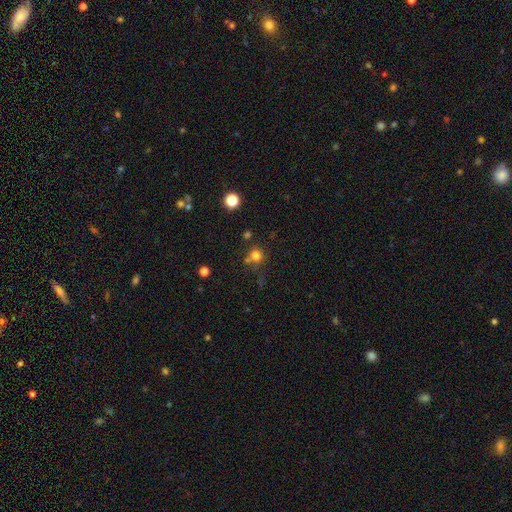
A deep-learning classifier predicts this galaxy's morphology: Overall: smooth (76%). How rounded: round (89%). Merging: none (64%).